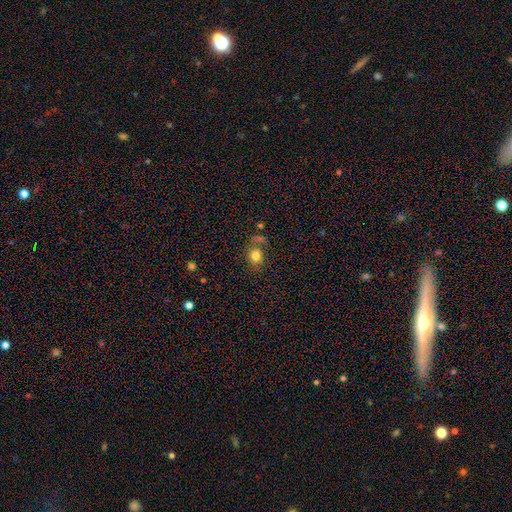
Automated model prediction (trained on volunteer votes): The model was most divided on "how rounded": round: 60%, in between: 39%, cigar-shaped: 1%. More confident: smooth or featured — smooth (78%); merging — none (55%).